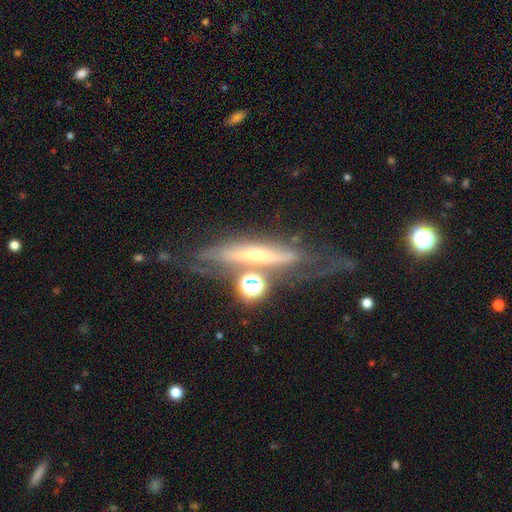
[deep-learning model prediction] Smooth or featured?
  - featured or disk: 70% *
  - smooth: 19%
  - star or artifact: 11%
Edge-on disk?
  - yes: 70% *
  - no: 30%
Merging?
  - none: 51% *
  - minor disturbance: 22%
  - major disturbance: 15%
  - merger: 13%